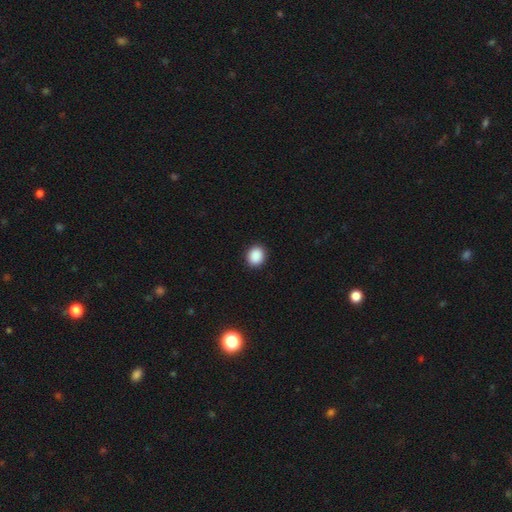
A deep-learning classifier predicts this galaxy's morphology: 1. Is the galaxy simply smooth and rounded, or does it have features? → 89% smooth, 8% star or artifact, 2% featured or disk.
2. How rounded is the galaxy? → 75% round, 25% in between, 1% cigar-shaped.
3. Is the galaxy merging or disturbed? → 92% none, 5% minor disturbance, 2% major disturbance, 1% merger.